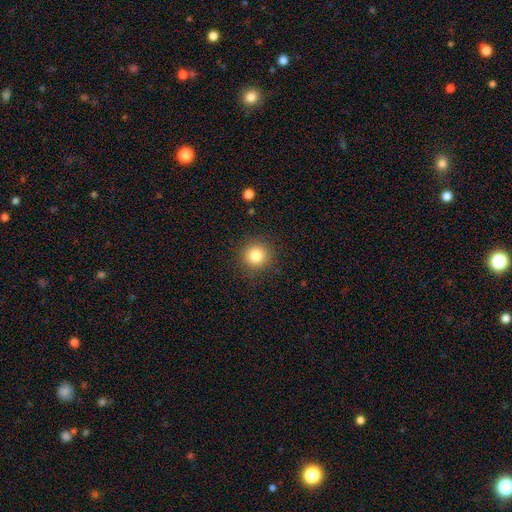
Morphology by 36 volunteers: This is clearly a smooth galaxy (86%). How rounded: clearly round (87%). Merging: clearly none (88%).